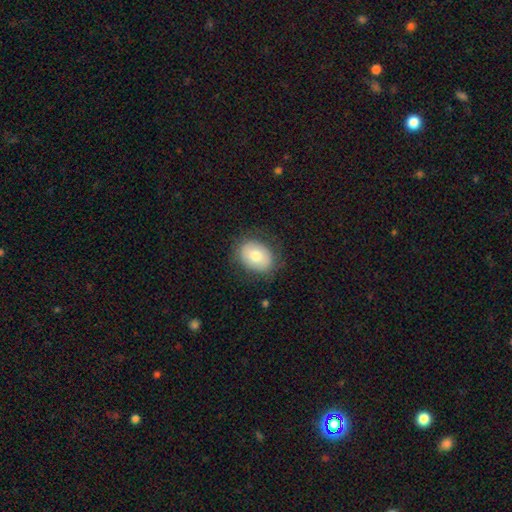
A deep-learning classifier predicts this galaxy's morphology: Smooth or featured? smooth (74%)
How rounded? in between (64%)
Merging? none (81%)